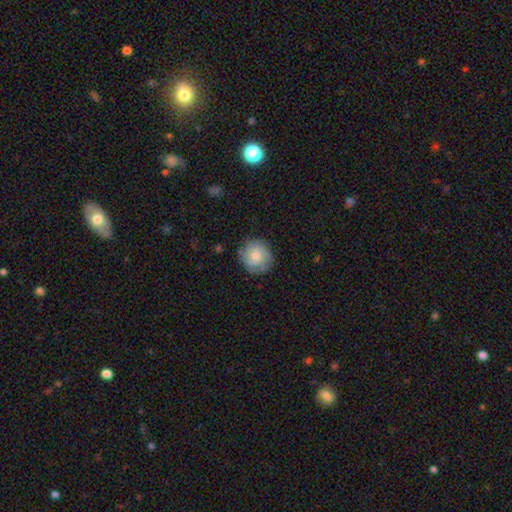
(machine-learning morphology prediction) This is possibly a smooth galaxy (57%). How rounded: clearly round (88%). Merging: likely none (78%).